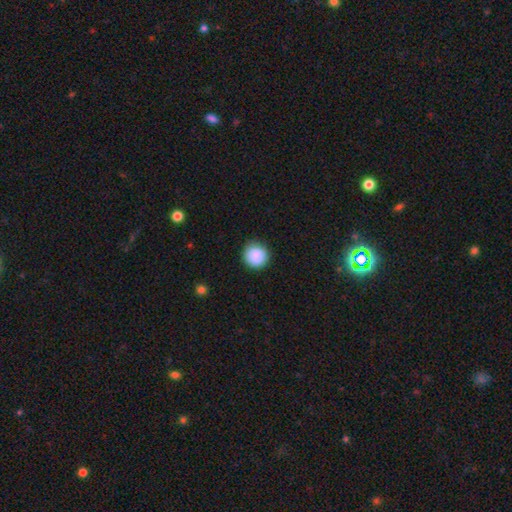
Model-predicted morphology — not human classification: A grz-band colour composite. It shows a smooth galaxy with no disk features (89%) that is round (96%). Merging: none (90%).